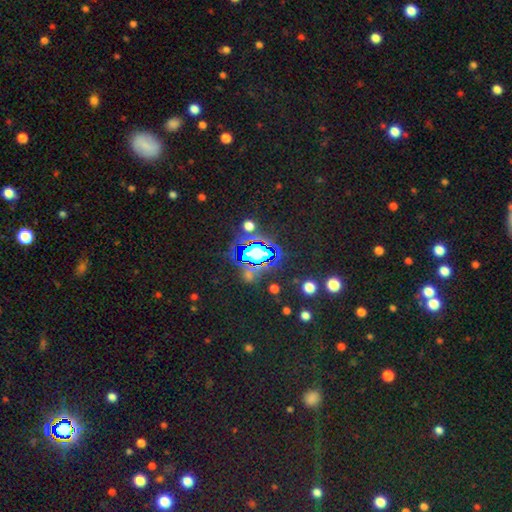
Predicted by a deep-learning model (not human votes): Smooth or featured? Predicted: star or artifact (p=0.74).